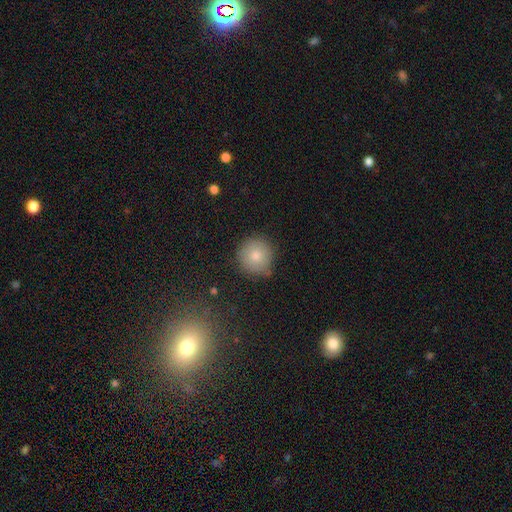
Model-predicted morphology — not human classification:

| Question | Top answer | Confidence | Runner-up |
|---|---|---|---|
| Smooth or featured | smooth | 79% | featured or disk (11%) |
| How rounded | round | 95% | in between (4%) |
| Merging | none | 80% | minor disturbance (14%) |